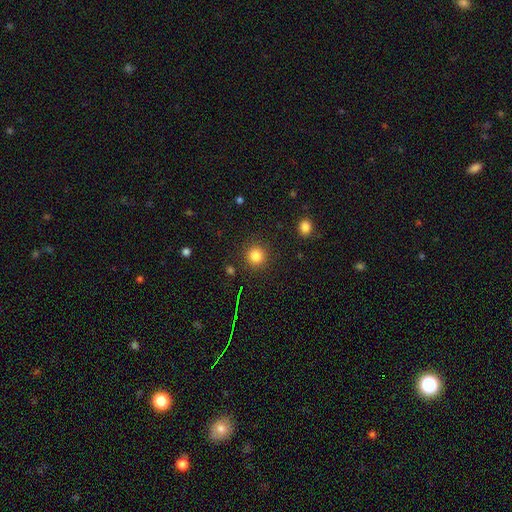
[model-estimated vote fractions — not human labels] Smooth or featured?
  - smooth: 82% *
  - star or artifact: 13%
  - featured or disk: 5%
How rounded?
  - round: 93% *
  - in between: 6%
  - cigar-shaped: 1%
Merging?
  - none: 89% *
  - minor disturbance: 6%
  - major disturbance: 3%
  - merger: 2%